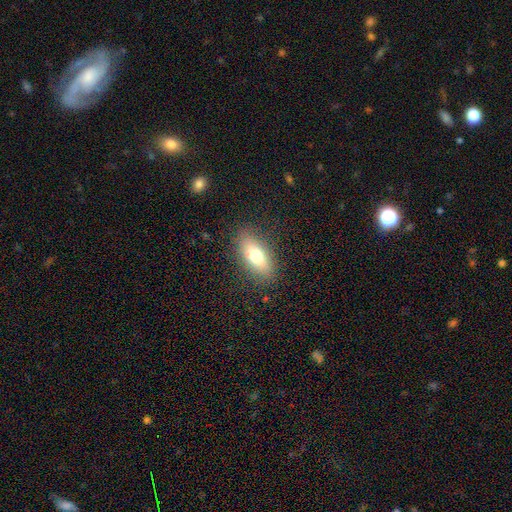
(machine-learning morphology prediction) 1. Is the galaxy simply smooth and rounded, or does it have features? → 71% smooth, 21% featured or disk, 8% star or artifact.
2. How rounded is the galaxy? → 82% in between, 13% cigar-shaped, 5% round.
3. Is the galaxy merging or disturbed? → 84% none, 11% minor disturbance, 4% major disturbance, 1% merger.